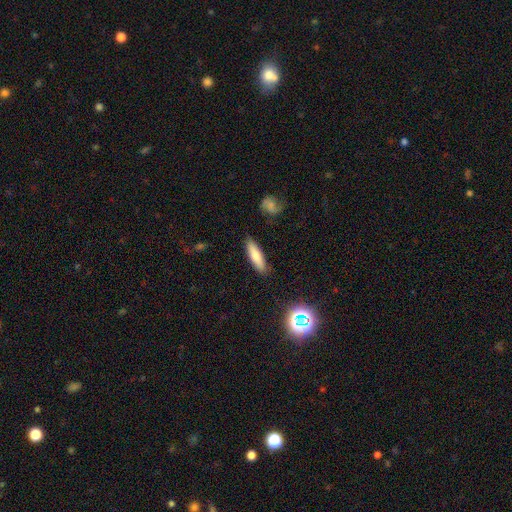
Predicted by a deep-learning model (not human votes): Q: Smooth or featured?
A: smooth (76%); runner-up: featured or disk (17%)
Q: How rounded?
A: cigar-shaped (64%); runner-up: in between (34%)
Q: Merging?
A: none (87%); runner-up: minor disturbance (9%)